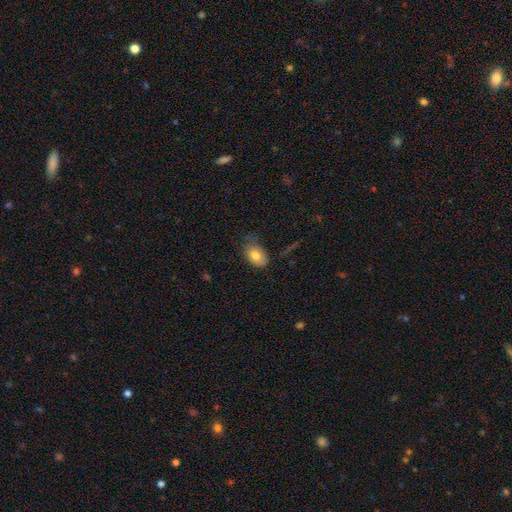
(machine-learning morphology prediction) type=smooth (77%); roundness=in between (85%); merging=none (50%).